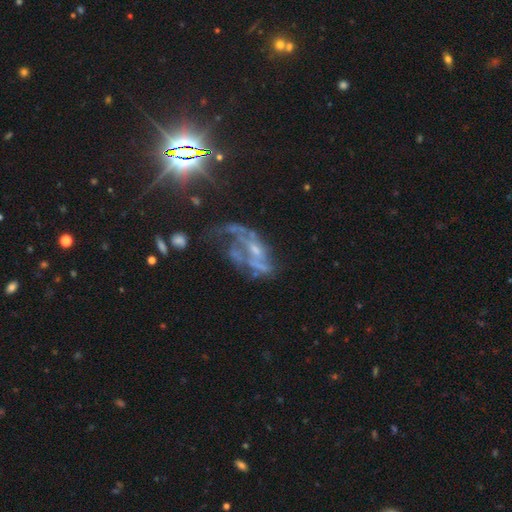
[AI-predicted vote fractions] Smooth or featured? featured or disk (59%)
Edge-on disk? no (93%)
Bar? no (68%)
Spiral arms? yes (58%)
Bulge size? small (50%)
Merging? major disturbance (40%)